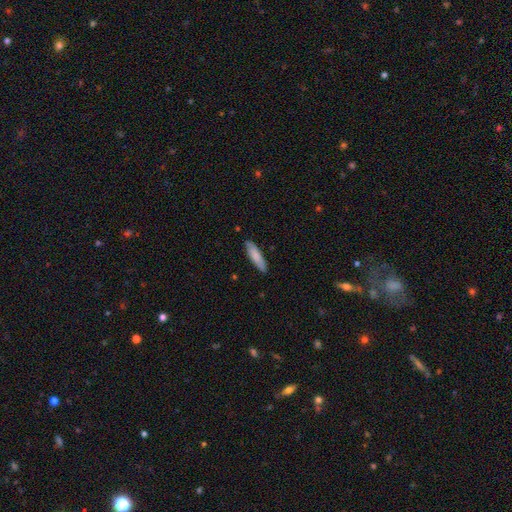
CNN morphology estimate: Smooth or featured? smooth (79%)
How rounded? cigar-shaped (71%)
Merging? none (85%)